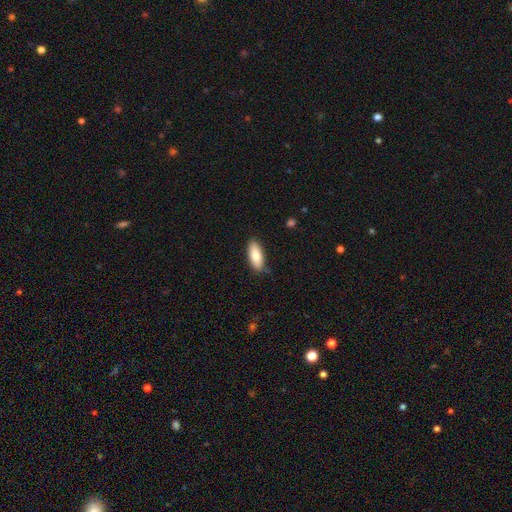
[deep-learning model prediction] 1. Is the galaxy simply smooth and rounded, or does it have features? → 83% smooth, 11% featured or disk, 6% star or artifact.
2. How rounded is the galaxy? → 79% in between, 19% cigar-shaped, 2% round.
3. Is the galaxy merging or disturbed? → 81% none, 15% minor disturbance, 2% major disturbance, 1% merger.